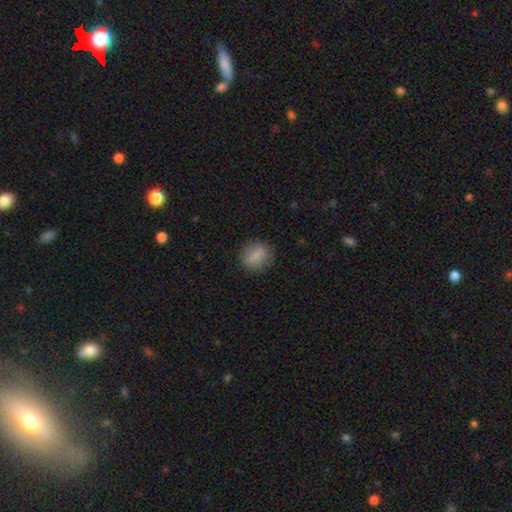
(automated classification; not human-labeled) This appears to be a smooth galaxy with no disk features (84%) that is round (55%). Merging: none (84%).